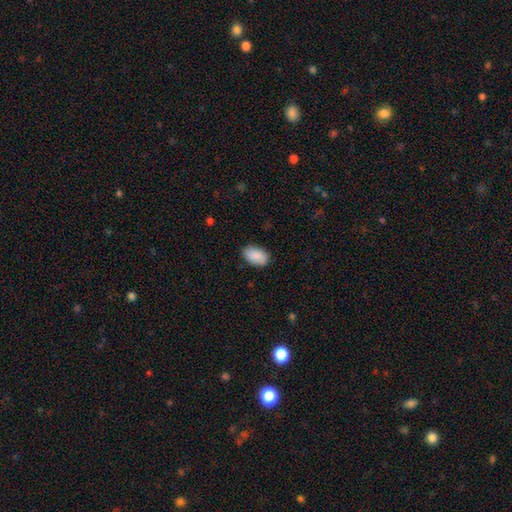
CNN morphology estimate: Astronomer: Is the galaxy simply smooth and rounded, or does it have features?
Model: smooth — 90%.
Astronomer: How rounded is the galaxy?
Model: in between — 94%.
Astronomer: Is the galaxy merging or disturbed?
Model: none — 85%.